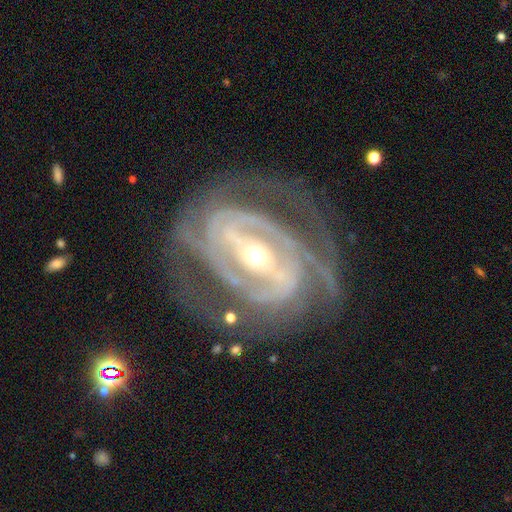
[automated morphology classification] Q: Smooth or featured?
A: featured or disk (92%); runner-up: star or artifact (4%)
Q: Edge-on disk?
A: no (96%); runner-up: yes (4%)
Q: Bar?
A: strong (66%); runner-up: weak (25%)
Q: Spiral arms?
A: yes (96%); runner-up: no (4%)
Q: Spiral winding?
A: tight (64%); runner-up: medium (30%)
Q: Spiral arm count?
A: 2 (32%); runner-up: 3 (25%)
Q: Bulge size?
A: small (48%); tied with: moderate (48%)
Q: Merging?
A: none (70%); runner-up: minor disturbance (16%)